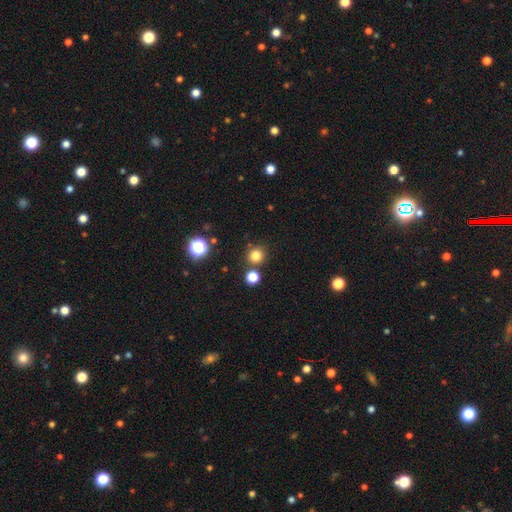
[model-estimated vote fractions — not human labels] The model was most divided on "smooth or featured": smooth: 78%, star or artifact: 16%, featured or disk: 5%. More confident: how rounded — round (93%); merging — none (83%).